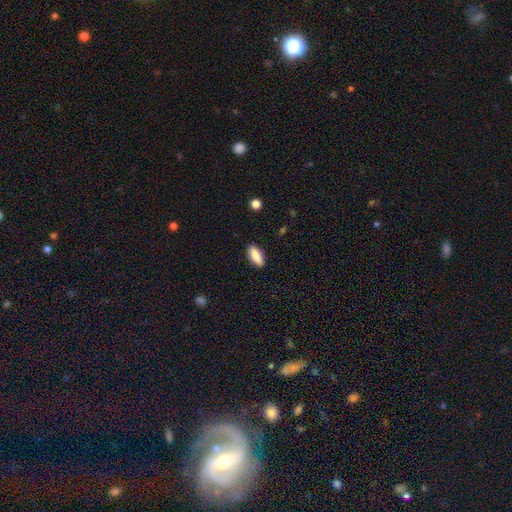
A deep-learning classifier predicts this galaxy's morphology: smooth-or-featured: smooth: 87% | featured or disk: 7% | star or artifact: 6%
  how-rounded: in between: 82% | cigar-shaped: 16% | round: 2%
  merging: none: 88% | minor disturbance: 9% | major disturbance: 2% | merger: 1%